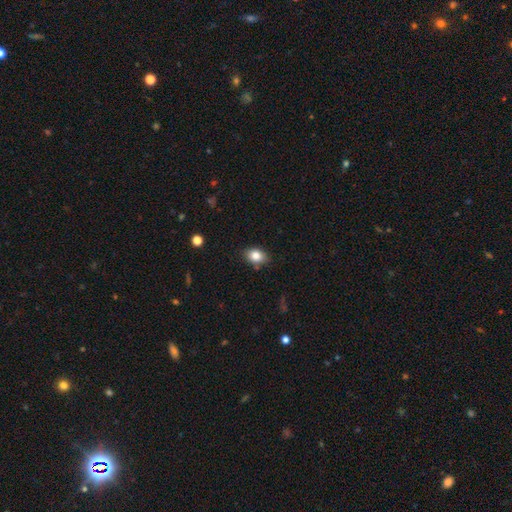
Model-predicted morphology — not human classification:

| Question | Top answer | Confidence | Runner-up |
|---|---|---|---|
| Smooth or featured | smooth | 83% | star or artifact (9%) |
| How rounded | in between | 75% | round (24%) |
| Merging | none | 82% | minor disturbance (13%) |